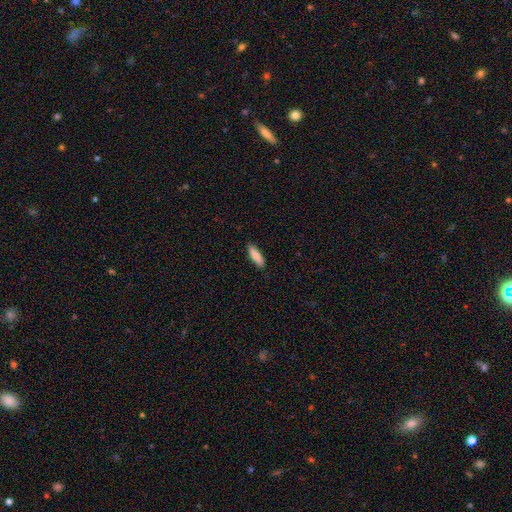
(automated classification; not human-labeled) Smooth or featured? smooth (84%)
How rounded? cigar-shaped (60%)
Merging? none (89%)